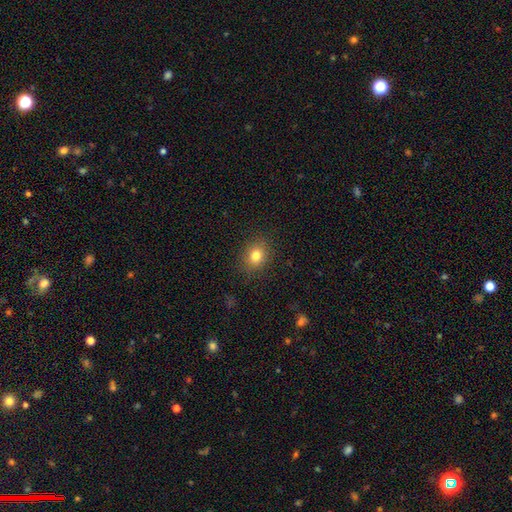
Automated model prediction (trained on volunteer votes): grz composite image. It shows a smooth galaxy with no disk features (80%) that is round (57%). Merging: none (87%).